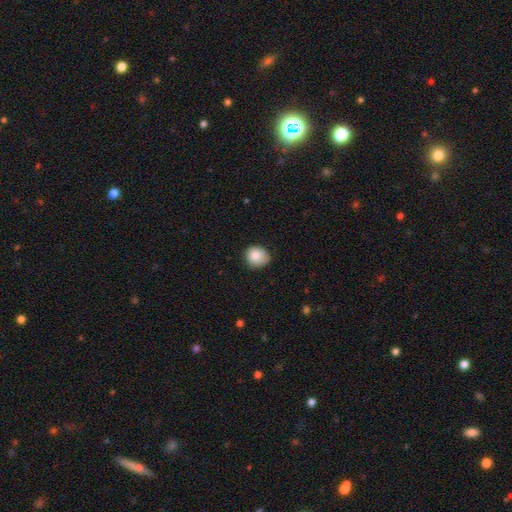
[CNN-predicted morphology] smooth-or-featured: smooth: 84% | star or artifact: 9% | featured or disk: 7%
  how-rounded: round: 77% | in between: 22% | cigar-shaped: 1%
  merging: none: 69% | minor disturbance: 25% | major disturbance: 4% | merger: 1%